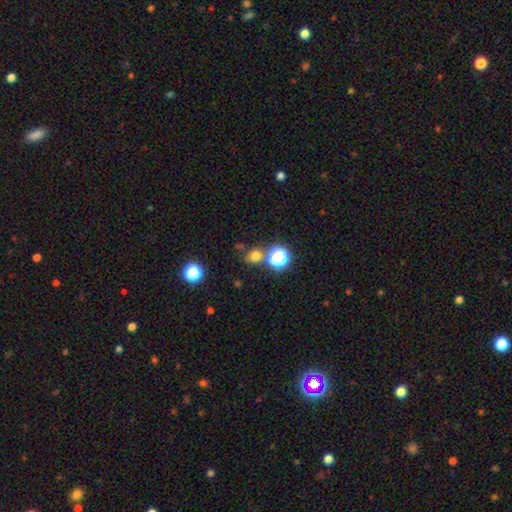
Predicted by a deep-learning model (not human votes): This appears to be a smooth galaxy with no disk features (68%) that is round (85%). Merging: none (71%).